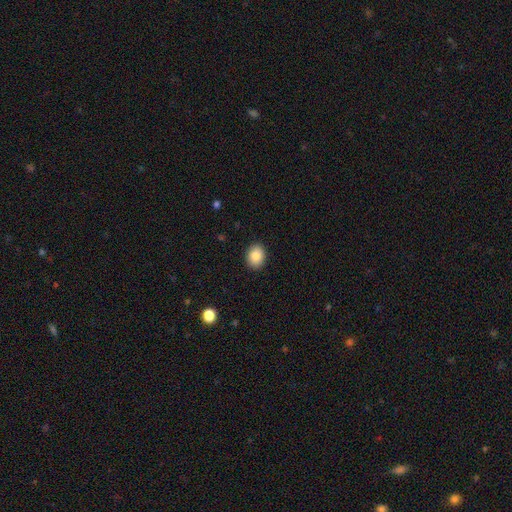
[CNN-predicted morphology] Smooth or featured? Predicted: smooth (p=0.86). How rounded? Predicted: in between (p=0.59). Merging? Predicted: none (p=0.90).